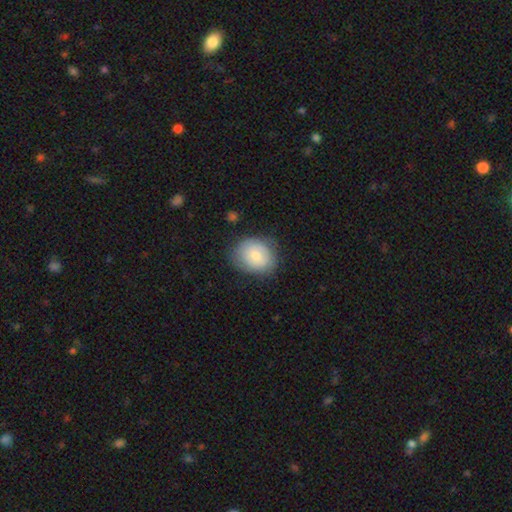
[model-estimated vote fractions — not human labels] smooth_or_featured: smooth (p=0.61) [alt: featured or disk p=0.32]
how_rounded: round (p=0.57) [alt: in between p=0.42]
merging: none (p=0.73) [alt: minor disturbance p=0.20]